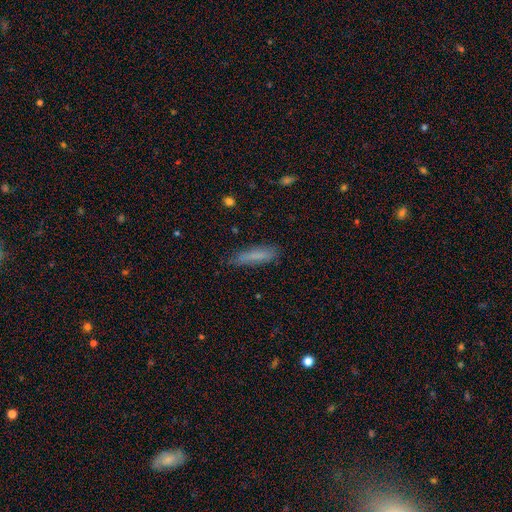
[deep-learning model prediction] Smooth or featured?
  - smooth: 76% *
  - featured or disk: 16%
  - star or artifact: 8%
How rounded?
  - cigar-shaped: 83% *
  - in between: 16%
  - round: 1%
Merging?
  - none: 77% *
  - minor disturbance: 17%
  - major disturbance: 4%
  - merger: 2%